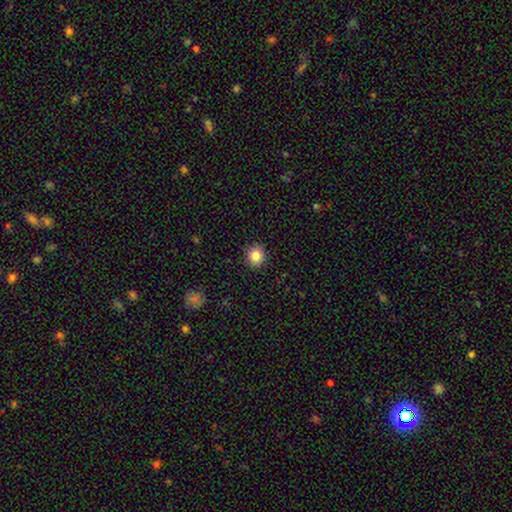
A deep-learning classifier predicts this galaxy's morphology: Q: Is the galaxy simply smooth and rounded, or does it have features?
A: smooth — 84%.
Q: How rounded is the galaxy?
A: round — 89%.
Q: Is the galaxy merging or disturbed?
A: none — 91%.